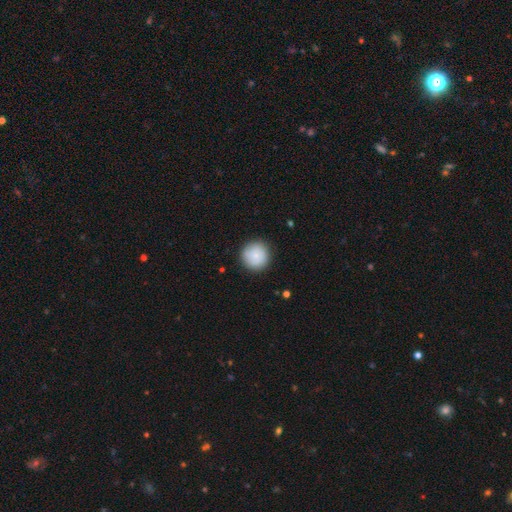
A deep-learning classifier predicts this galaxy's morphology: type=smooth (87%); roundness=round (95%); merging=none (90%).